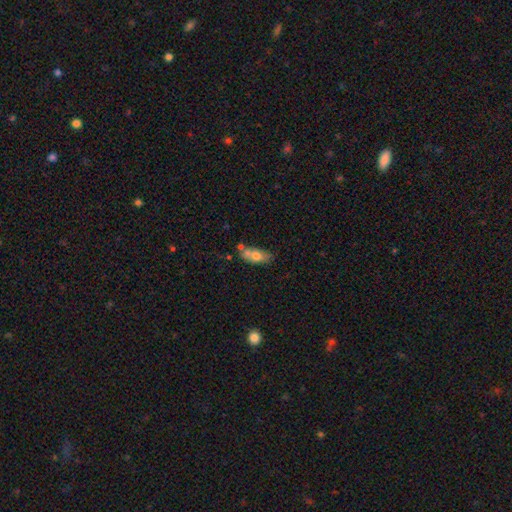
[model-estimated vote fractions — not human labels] Smooth or featured? smooth (65%)
How rounded? in between (82%)
Merging? none (49%)